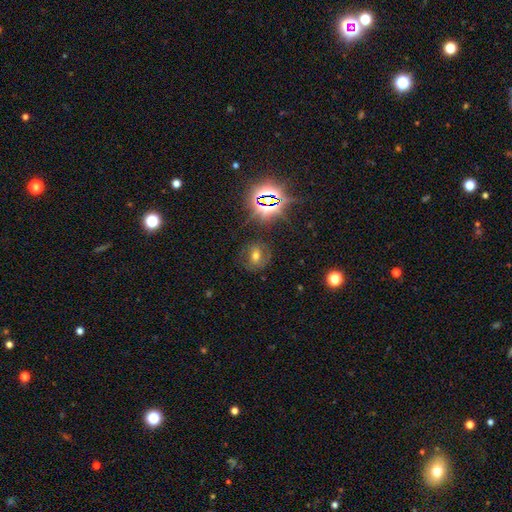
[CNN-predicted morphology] A smooth galaxy with no disk features (37%).

Vote fractions:
- Smooth or featured? smooth: 37% / star or artifact: 32% / featured or disk: 31%
- Merging? none: 73% / minor disturbance: 16% / major disturbance: 9% / merger: 2%